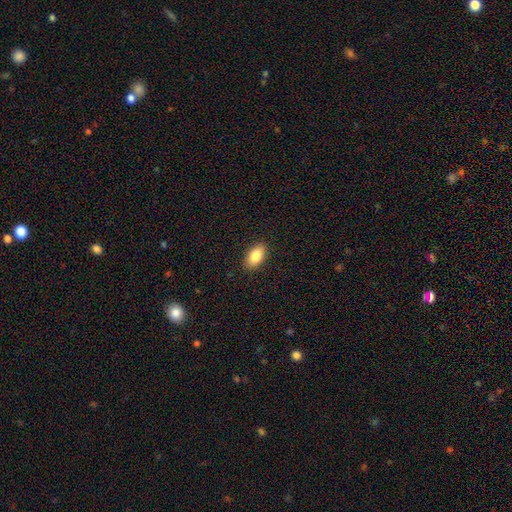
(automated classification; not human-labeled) This is clearly a smooth galaxy (85%). How rounded: clearly in between (92%). Merging: clearly none (89%).